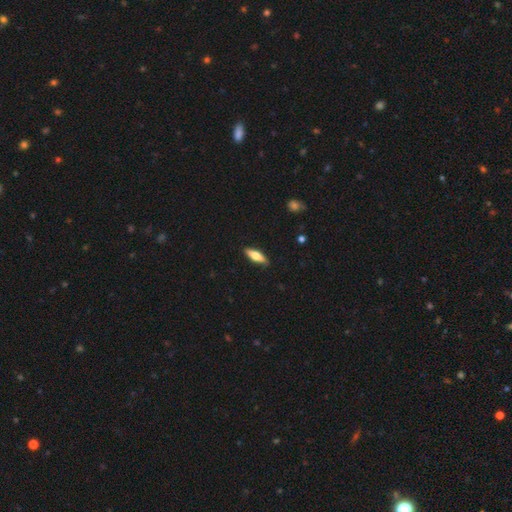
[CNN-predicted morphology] Overall: smooth (60%; featured or disk 34%). How rounded: in between (52%; cigar-shaped 46%). Merging: none (89%).